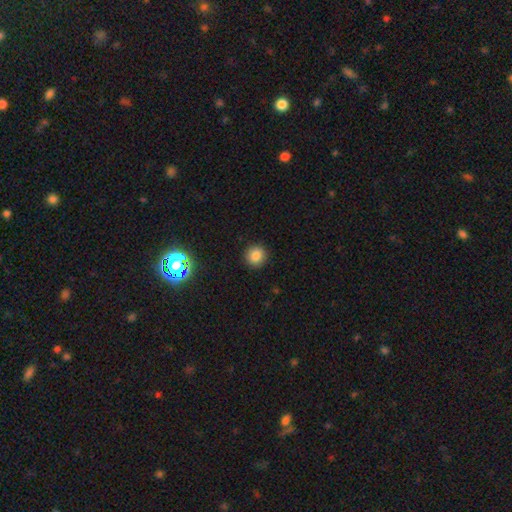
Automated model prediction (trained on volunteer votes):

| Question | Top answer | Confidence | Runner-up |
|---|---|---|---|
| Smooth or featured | smooth | 82% | star or artifact (13%) |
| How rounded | round | 93% | in between (6%) |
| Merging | none | 92% | minor disturbance (5%) |